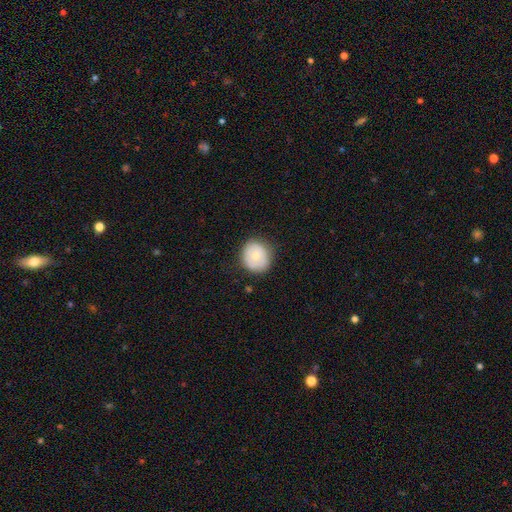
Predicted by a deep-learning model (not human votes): smooth-or-featured: smooth: 66% | featured or disk: 27% | star or artifact: 7%
  how-rounded: round: 81% | in between: 18% | cigar-shaped: 1%
  merging: none: 80% | minor disturbance: 15% | major disturbance: 4% | merger: 1%